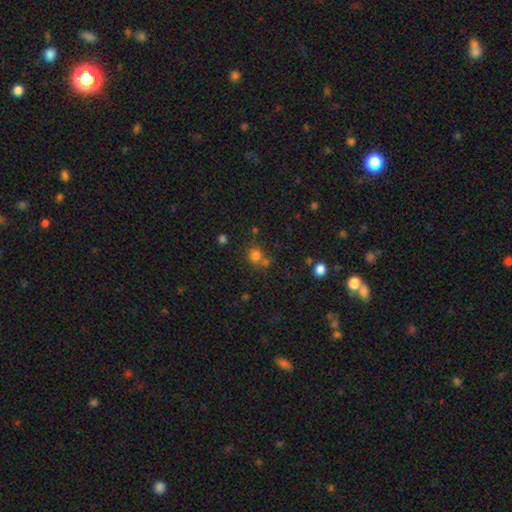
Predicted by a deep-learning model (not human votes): smooth-or-featured: smooth: 76% | star or artifact: 17% | featured or disk: 7%
  how-rounded: round: 85% | in between: 14% | cigar-shaped: 1%
  merging: none: 60% | merger: 26% | minor disturbance: 10% | major disturbance: 4%